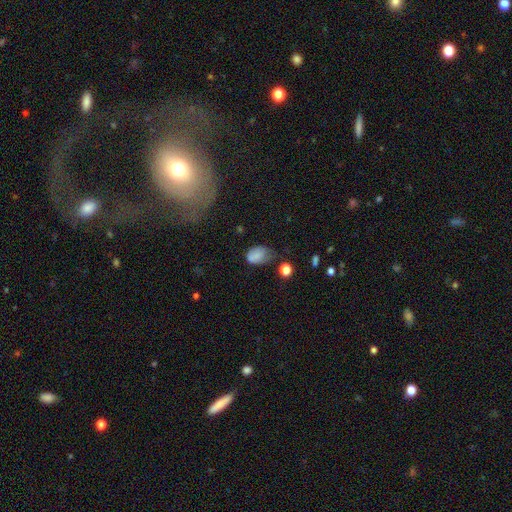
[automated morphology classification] A smooth galaxy with no disk features (79%) that is in between round and cigar-shaped (78%).

Vote fractions:
- Smooth or featured? smooth: 79% / featured or disk: 11% / star or artifact: 11%
- How rounded? in between: 78% / round: 20% / cigar-shaped: 1%
- Merging? minor disturbance: 42% / none: 31% / major disturbance: 23% / merger: 4%